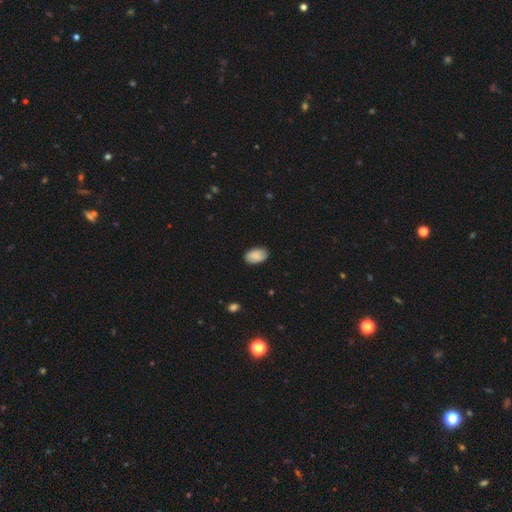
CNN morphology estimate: The model was most divided on "merging": none: 86%, minor disturbance: 11%, major disturbance: 2%, merger: 1%. More confident: how rounded — in between (92%); smooth or featured — smooth (86%).